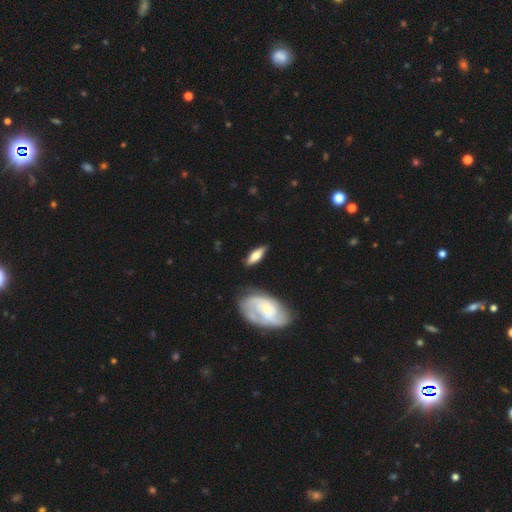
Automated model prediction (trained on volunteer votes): This is possibly a featured or disk galaxy (49%). Merging: likely none (76%).